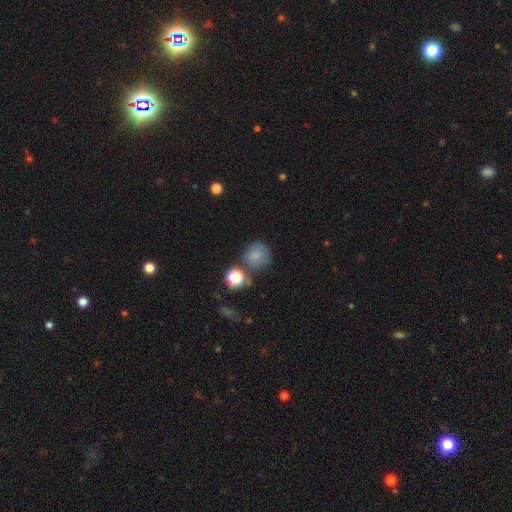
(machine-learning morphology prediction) Smooth or featured?
  - smooth: 75% *
  - star or artifact: 13%
  - featured or disk: 12%
How rounded?
  - round: 86% *
  - in between: 13%
  - cigar-shaped: 1%
Merging?
  - none: 63% *
  - minor disturbance: 18%
  - merger: 12%
  - major disturbance: 7%